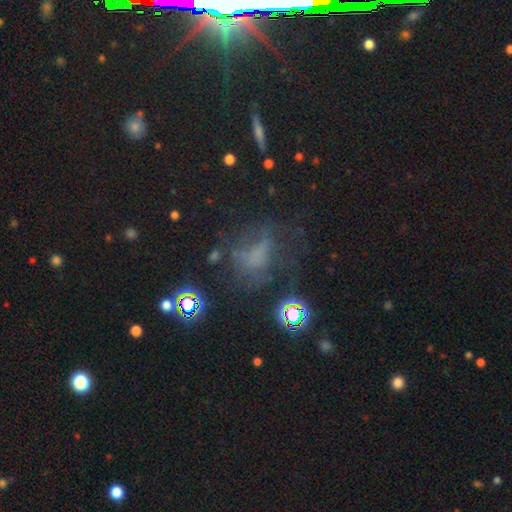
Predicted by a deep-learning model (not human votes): star or artifact 37%, smooth 34%, featured or disk 29%.